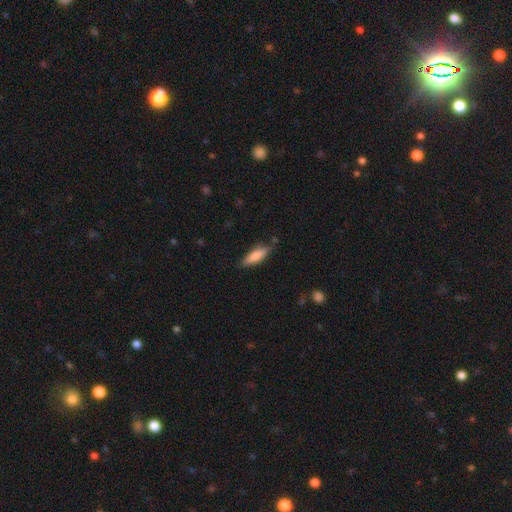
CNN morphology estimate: smooth 77%, featured or disk 17%, star or artifact 6%. Down the decision tree: how rounded — cigar-shaped (53%); merging — none (76%).